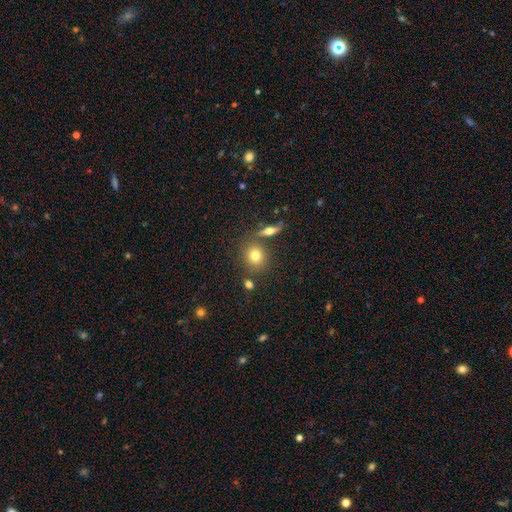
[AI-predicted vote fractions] smooth 75%, star or artifact 13%, featured or disk 13%. Down the decision tree: how rounded — round (76%); merging — none (73%).